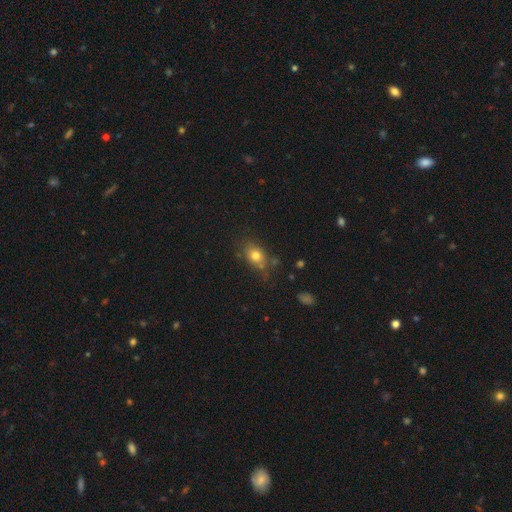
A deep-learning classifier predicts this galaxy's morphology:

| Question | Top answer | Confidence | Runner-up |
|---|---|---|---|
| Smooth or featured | smooth | 77% | featured or disk (12%) |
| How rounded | in between | 64% | round (34%) |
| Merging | none | 67% | minor disturbance (20%) |